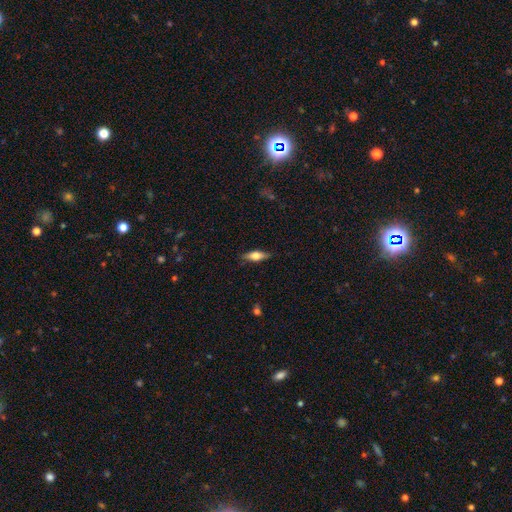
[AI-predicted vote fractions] Q: Smooth or featured?
A: smooth (53%); runner-up: featured or disk (40%)
Q: How rounded?
A: in between (59%); runner-up: cigar-shaped (37%)
Q: Merging?
A: none (85%); runner-up: minor disturbance (12%)